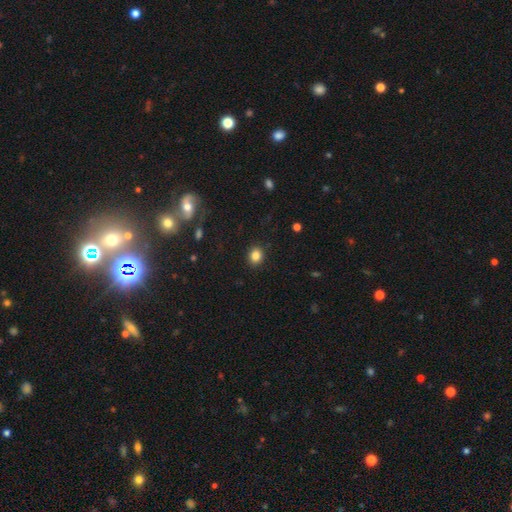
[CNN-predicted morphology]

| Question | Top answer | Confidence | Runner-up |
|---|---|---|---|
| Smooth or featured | smooth | 84% | star or artifact (11%) |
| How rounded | round | 71% | in between (28%) |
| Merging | none | 90% | minor disturbance (7%) |